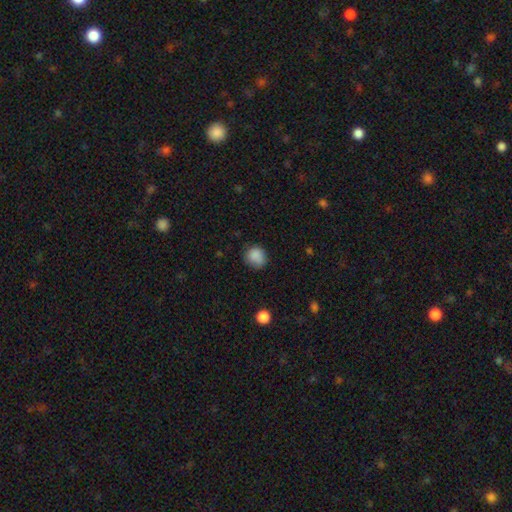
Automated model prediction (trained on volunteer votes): The model was most divided on "merging": none: 73%, minor disturbance: 21%, major disturbance: 5%, merger: 1%. More confident: smooth or featured — smooth (86%); how rounded — round (83%).